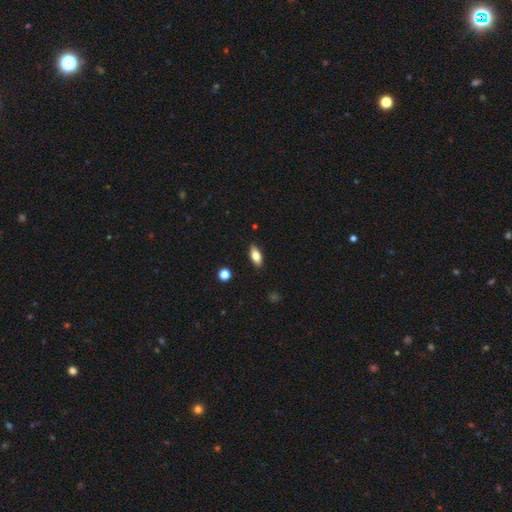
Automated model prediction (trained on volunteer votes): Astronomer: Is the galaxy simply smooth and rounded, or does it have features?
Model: smooth — 73%.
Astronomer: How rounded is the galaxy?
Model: in between — 81%.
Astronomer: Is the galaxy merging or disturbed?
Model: none — 87%.